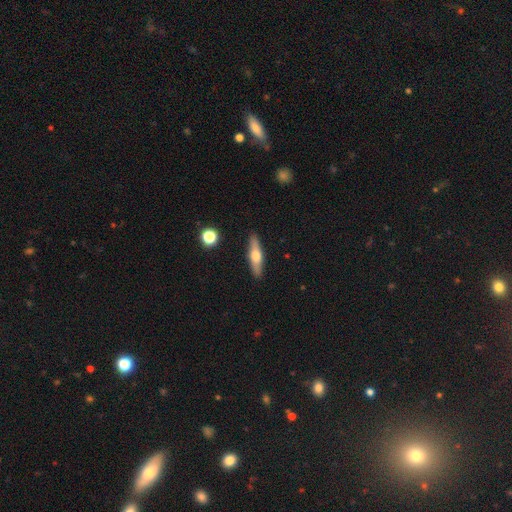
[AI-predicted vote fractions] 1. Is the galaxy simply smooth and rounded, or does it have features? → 47% featured or disk, 46% smooth, 6% star or artifact.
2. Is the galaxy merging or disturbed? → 90% none, 7% minor disturbance, 2% major disturbance, 1% merger.